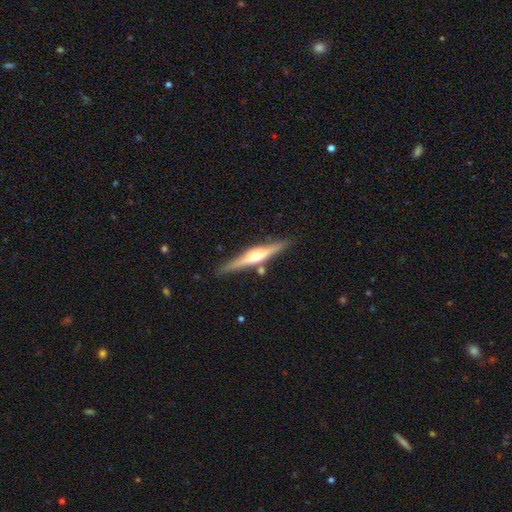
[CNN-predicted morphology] Smooth or featured? featured or disk (71%)
Edge-on disk? yes (97%)
Edge-on bulge? rounded (91%)
Merging? none (84%)